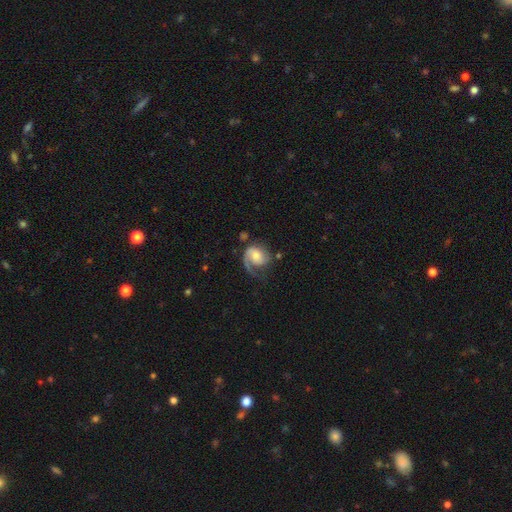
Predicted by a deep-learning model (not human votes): Smooth or featured? featured or disk (77%)
Edge-on disk? no (98%)
Bar? no (62%)
Spiral arms? yes (94%)
Spiral winding? medium (41%)
Spiral arm count? 1 (70%)
Bulge size? moderate (49%)
Merging? none (51%)